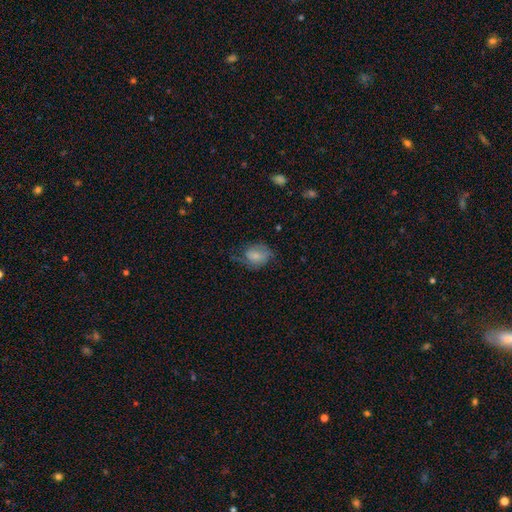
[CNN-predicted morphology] type=smooth (66%); roundness=in between (61%); merging=none (45%).